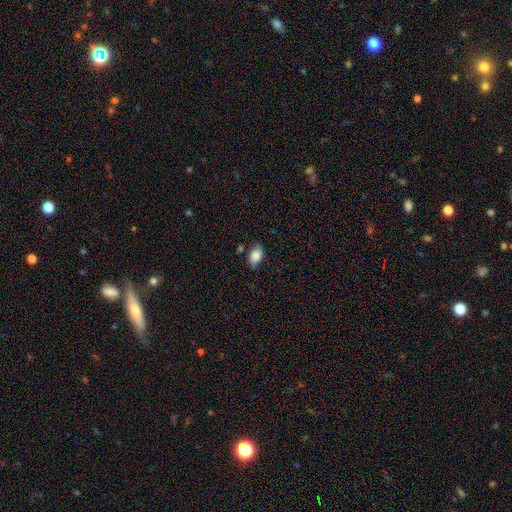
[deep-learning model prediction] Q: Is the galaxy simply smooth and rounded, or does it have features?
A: smooth — 83%.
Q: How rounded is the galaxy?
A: in between — 90%.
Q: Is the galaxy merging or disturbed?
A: none — 68%.